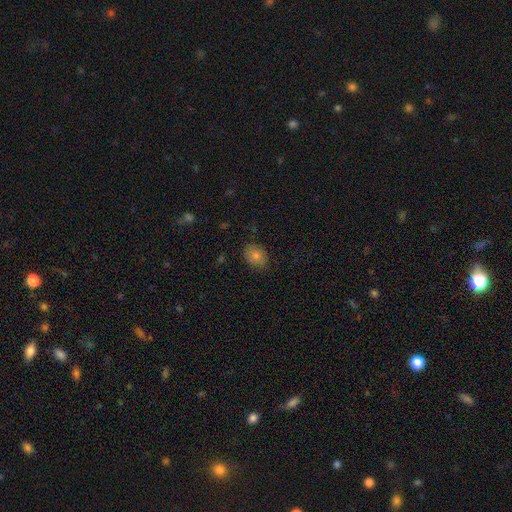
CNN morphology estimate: This is likely a smooth galaxy (75%). How rounded: likely in between (61%). Merging: clearly none (82%).